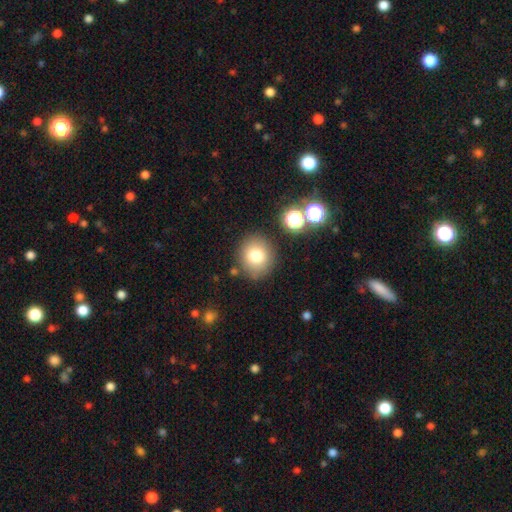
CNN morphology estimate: This is likely a smooth galaxy (78%). How rounded: likely round (80%). Merging: clearly none (82%).